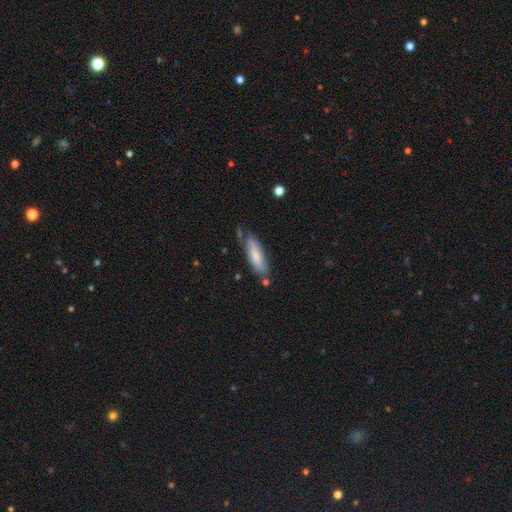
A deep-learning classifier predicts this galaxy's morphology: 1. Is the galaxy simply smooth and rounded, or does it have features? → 70% smooth, 24% featured or disk, 6% star or artifact.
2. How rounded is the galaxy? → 53% cigar-shaped, 46% in between, 1% round.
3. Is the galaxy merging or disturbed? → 57% none, 27% minor disturbance, 9% major disturbance, 7% merger.